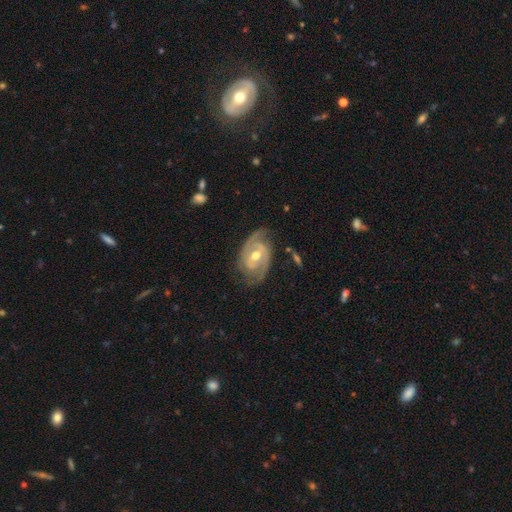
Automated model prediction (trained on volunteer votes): A featured or disk galaxy (87%) with a weak bar (43%), 2 (83%) tight (51%) spiral arms (95%) and a moderate central bulge (74%).

Vote fractions:
- Smooth or featured? featured or disk: 87% / smooth: 8% / star or artifact: 5%
- Edge-on disk? no: 96% / yes: 4%
- Bar? weak: 43% / no: 39% / strong: 18%
- Spiral arms? yes: 95% / no: 5%
- Spiral winding? tight: 51% / medium: 39% / loose: 10%
- Spiral arm count? 2: 83% / can't tell: 7% / 3: 4% / 1: 3% / 4: 1% / more than 4: 1%
- Bulge size? moderate: 74% / small: 20% / large: 4% / none: 1% / dominant: 1%
- Merging? none: 75% / minor disturbance: 17% / major disturbance: 6% / merger: 1%